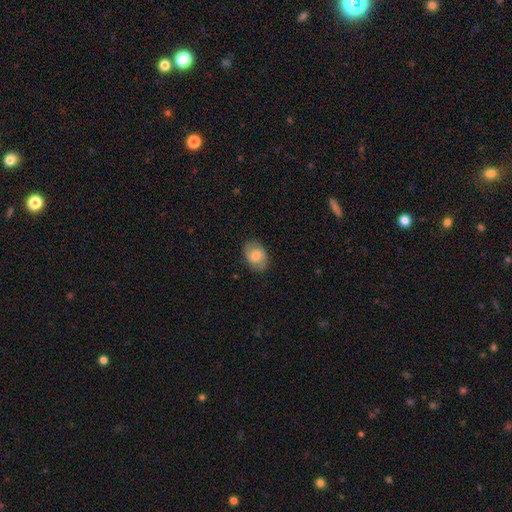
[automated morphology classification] Smooth or featured: smooth — 61% (featured or disk — 31%)
How rounded: in between — 81% (round — 18%)
Merging: none — 83% (minor disturbance — 13%)